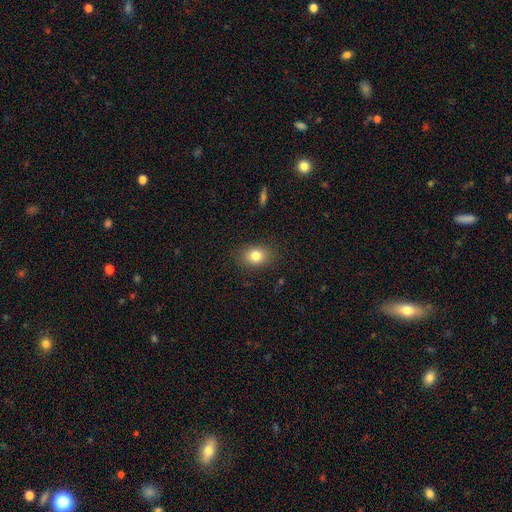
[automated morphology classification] This is clearly a smooth galaxy (81%). How rounded: possibly in between (60%). Merging: clearly none (86%).